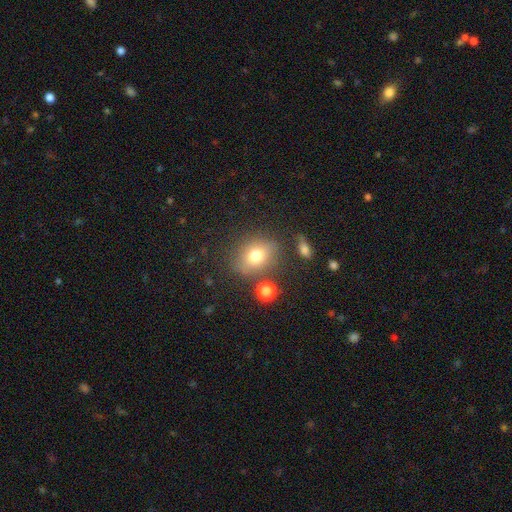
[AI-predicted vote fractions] This is likely a smooth galaxy (74%). How rounded: possibly round (50%). Merging: likely none (75%).